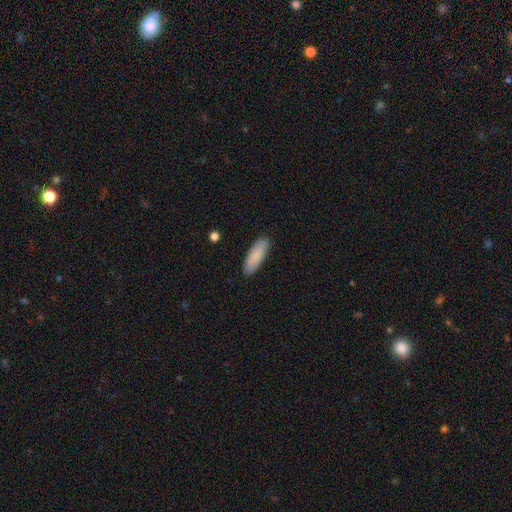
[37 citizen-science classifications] A smooth galaxy with no disk features (92%) that is cigar-shaped (65%). Merging: none (86%).